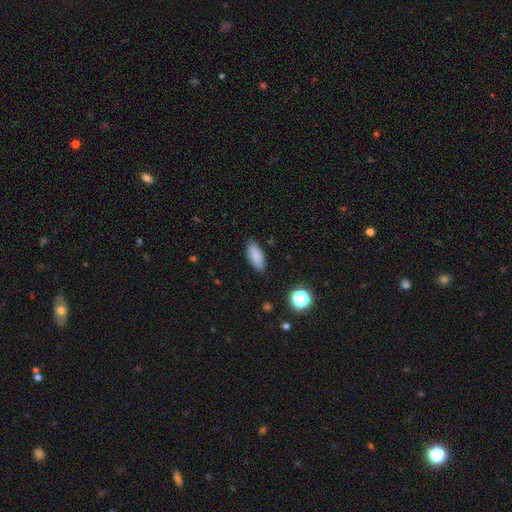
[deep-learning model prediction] smooth-or-featured: smooth: 86% | star or artifact: 8% | featured or disk: 6%
  how-rounded: in between: 81% | cigar-shaped: 16% | round: 2%
  merging: none: 86% | minor disturbance: 11% | major disturbance: 2% | merger: 1%